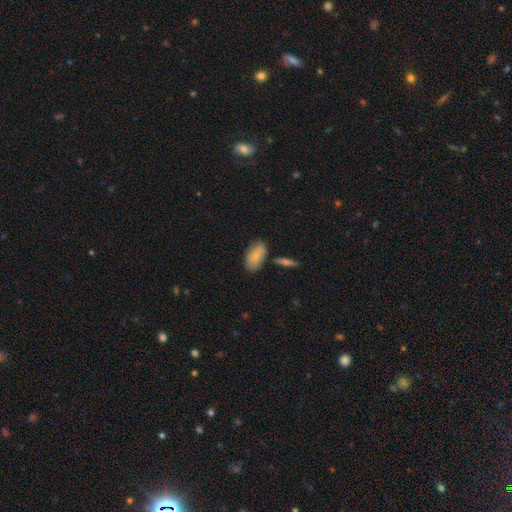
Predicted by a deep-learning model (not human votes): The model was most divided on "merging": none: 73%, minor disturbance: 16%, merger: 8%, major disturbance: 3%. More confident: how rounded — in between (92%); smooth or featured — smooth (81%).